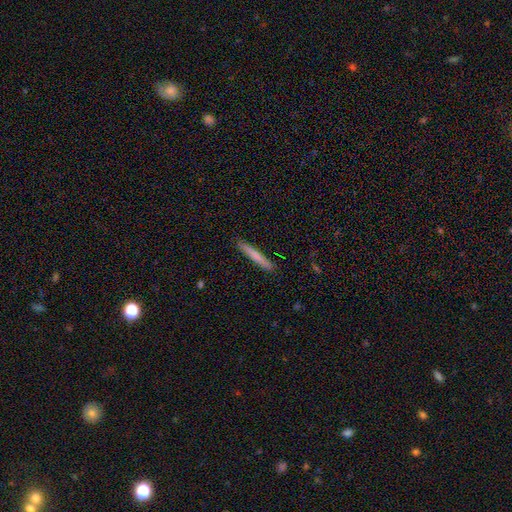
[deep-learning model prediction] Smooth or featured: smooth — 75% (featured or disk — 20%)
How rounded: cigar-shaped — 96% (in between — 3%)
Merging: none — 91% (minor disturbance — 6%)